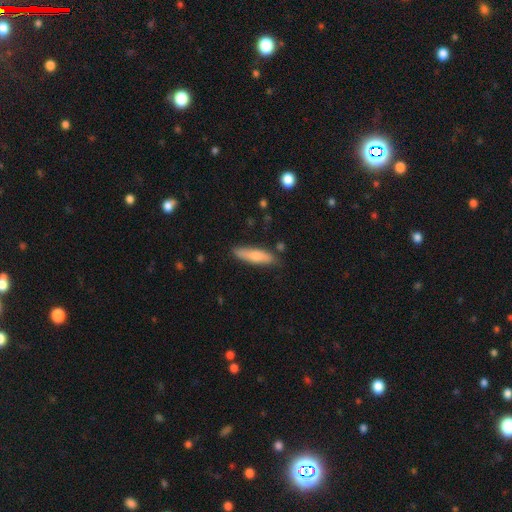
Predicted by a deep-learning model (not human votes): This appears to be a smooth galaxy with no disk features (75%) that is cigar-shaped (70%). Merging: none (78%).